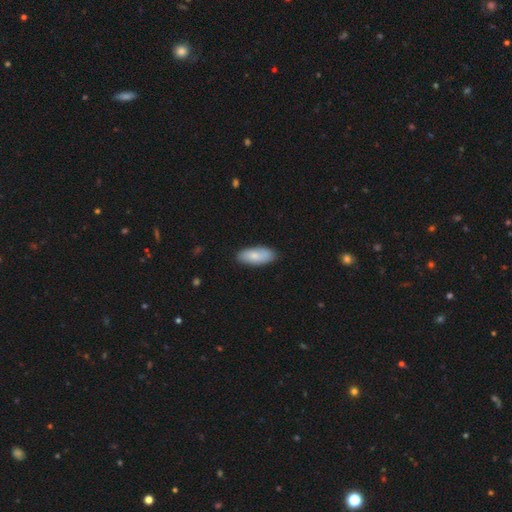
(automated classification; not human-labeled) Smooth or featured: smooth — 77% (featured or disk — 17%)
How rounded: in between — 85% (cigar-shaped — 12%)
Merging: none — 84% (minor disturbance — 13%)